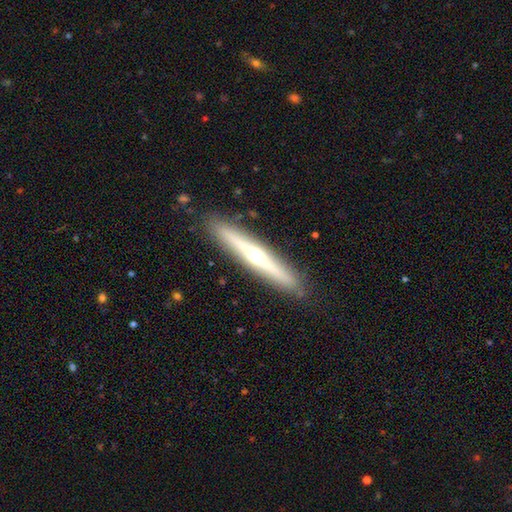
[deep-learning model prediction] A featured or disk galaxy (68%) viewed edge-on (96%) with a rounded central bulge (87%).

Vote fractions:
- Smooth or featured? featured or disk: 68% / smooth: 26% / star or artifact: 6%
- Edge-on disk? yes: 96% / no: 4%
- Edge-on bulge? rounded: 87% / none: 10% / boxy: 3%
- Merging? none: 90% / minor disturbance: 7% / major disturbance: 2% / merger: 1%